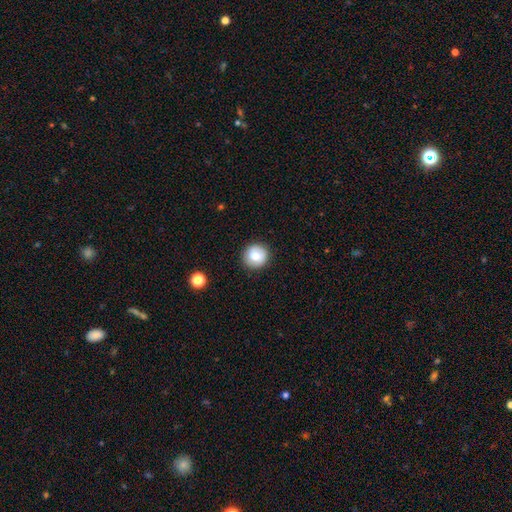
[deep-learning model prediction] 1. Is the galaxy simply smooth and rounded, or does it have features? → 81% smooth, 11% featured or disk, 9% star or artifact.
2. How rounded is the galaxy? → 92% round, 7% in between, 1% cigar-shaped.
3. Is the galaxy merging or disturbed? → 89% none, 7% minor disturbance, 2% major disturbance, 1% merger.